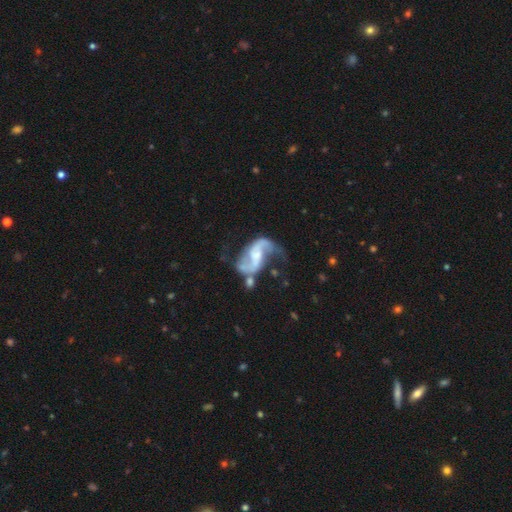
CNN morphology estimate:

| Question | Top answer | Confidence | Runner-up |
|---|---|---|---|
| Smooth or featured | featured or disk | 88% | smooth (7%) |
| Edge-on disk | no | 98% | yes (2%) |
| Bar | weak | 44% | no (34%) |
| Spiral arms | yes | 96% | no (4%) |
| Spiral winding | loose | 62% | medium (32%) |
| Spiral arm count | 2 | 91% | 1 (3%) |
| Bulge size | small | 36% | moderate (31%) |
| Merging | none | 47% | minor disturbance (21%) |